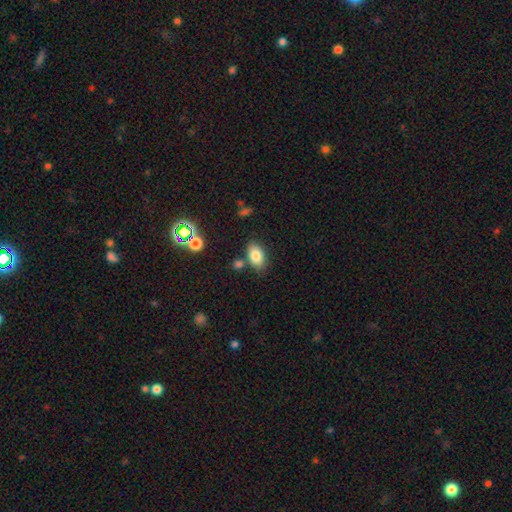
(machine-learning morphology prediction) Smooth or featured?
  - smooth: 81% *
  - star or artifact: 10%
  - featured or disk: 9%
How rounded?
  - in between: 90% *
  - round: 8%
  - cigar-shaped: 2%
Merging?
  - none: 74% *
  - minor disturbance: 14%
  - merger: 9%
  - major disturbance: 4%